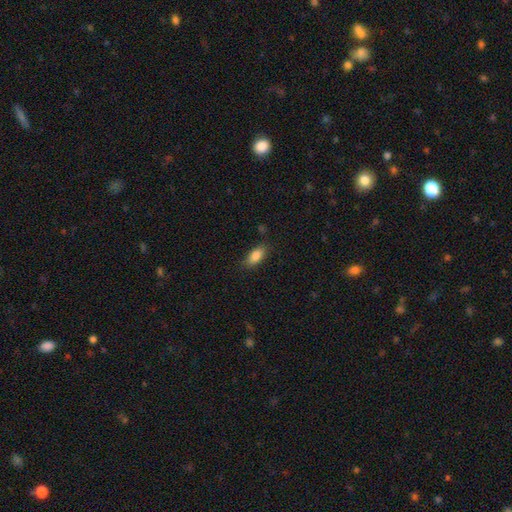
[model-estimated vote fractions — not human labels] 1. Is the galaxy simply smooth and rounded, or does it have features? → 86% smooth, 7% star or artifact, 7% featured or disk.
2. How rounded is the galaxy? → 87% in between, 10% cigar-shaped, 3% round.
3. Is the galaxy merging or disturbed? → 82% none, 13% minor disturbance, 3% major disturbance, 1% merger.